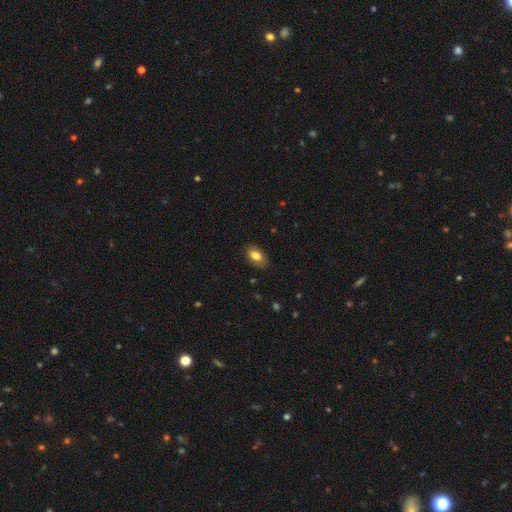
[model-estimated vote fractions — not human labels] smooth-or-featured: smooth: 79% | featured or disk: 14% | star or artifact: 8%
  how-rounded: in between: 89% | round: 9% | cigar-shaped: 2%
  merging: none: 83% | minor disturbance: 13% | major disturbance: 3% | merger: 1%